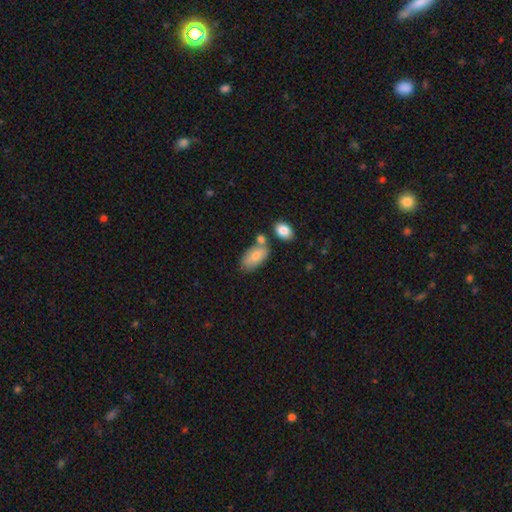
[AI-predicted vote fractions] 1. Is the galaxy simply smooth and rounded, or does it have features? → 77% smooth, 16% featured or disk, 7% star or artifact.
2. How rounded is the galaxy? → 93% in between, 4% round, 3% cigar-shaped.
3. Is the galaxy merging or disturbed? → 56% none, 21% merger, 19% minor disturbance, 5% major disturbance.